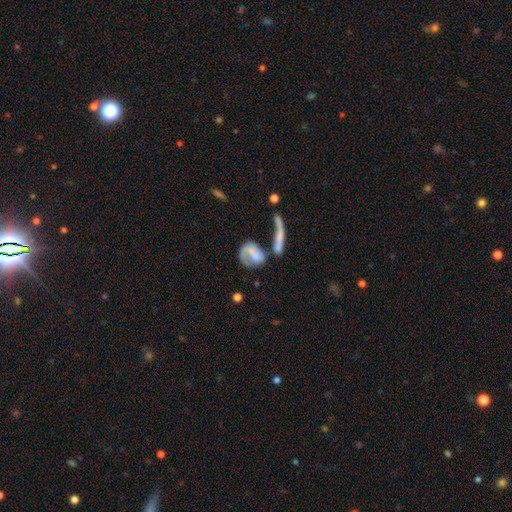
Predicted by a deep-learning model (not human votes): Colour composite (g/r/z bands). It shows a featured or disk galaxy (54%) with no bar (63%), spiral arms (64%) and no central bulge (39%). Merging: merger (36%).